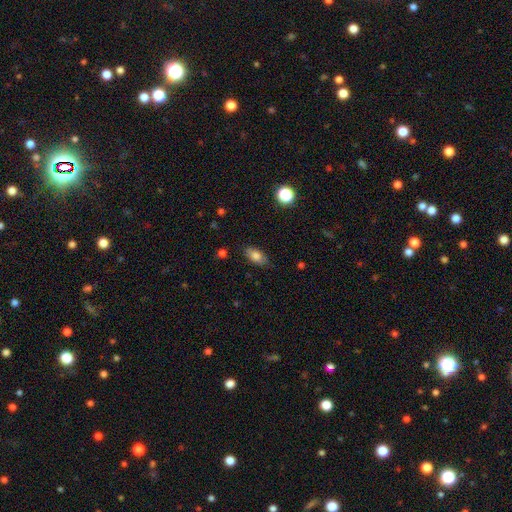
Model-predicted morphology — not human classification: Q: Smooth or featured?
A: smooth (80%); runner-up: featured or disk (11%)
Q: How rounded?
A: in between (87%); runner-up: cigar-shaped (7%)
Q: Merging?
A: none (83%); runner-up: minor disturbance (13%)